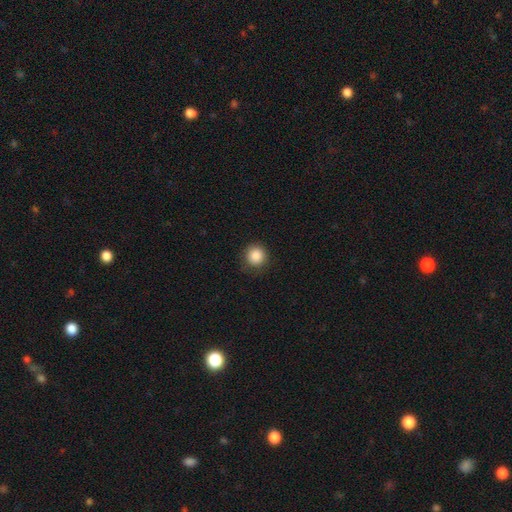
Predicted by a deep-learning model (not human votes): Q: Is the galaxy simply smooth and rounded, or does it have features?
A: smooth — 88%.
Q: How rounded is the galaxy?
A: round — 91%.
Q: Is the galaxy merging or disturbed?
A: none — 86%.